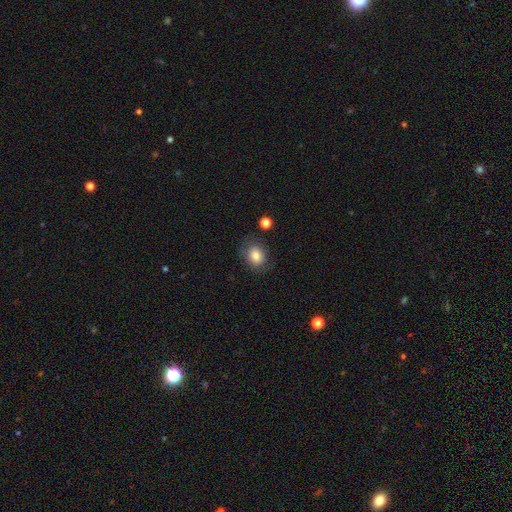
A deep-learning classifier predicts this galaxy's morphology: smooth-or-featured: smooth: 80% | featured or disk: 10% | star or artifact: 9%
  how-rounded: round: 52% | in between: 47% | cigar-shaped: 1%
  merging: none: 74% | minor disturbance: 16% | major disturbance: 6% | merger: 3%